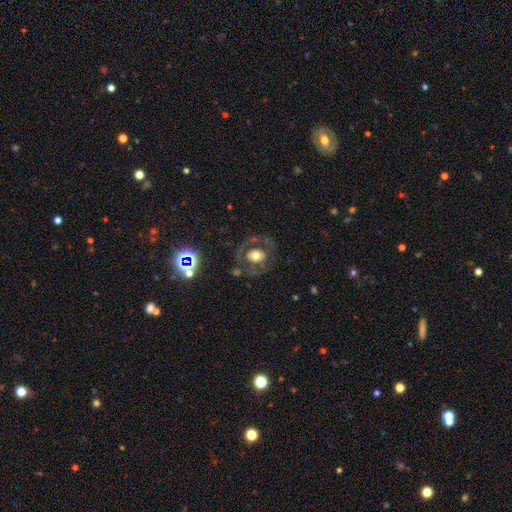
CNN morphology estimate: This appears to be a featured or disk galaxy (51%). Merging: none (72%).